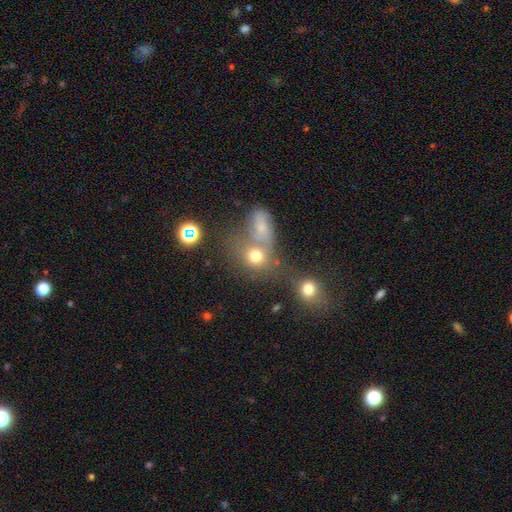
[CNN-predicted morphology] Overall: smooth (70%). How rounded: round (70%). Merging: none (42%; merger 39%).